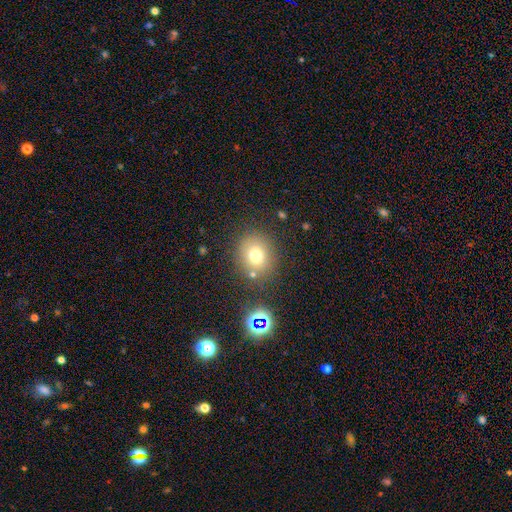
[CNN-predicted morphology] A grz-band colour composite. It shows a smooth galaxy with no disk features (73%) that is round (80%). Merging: none (78%).